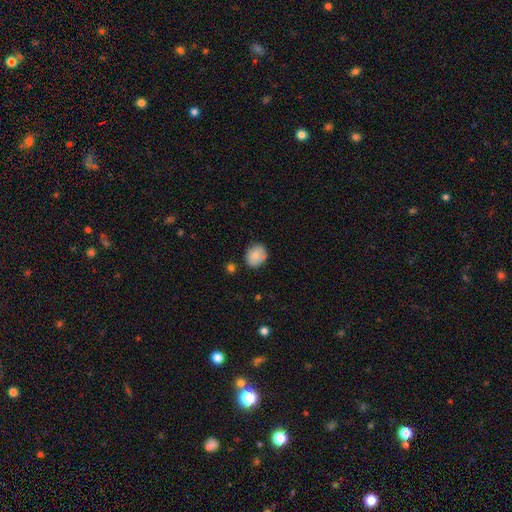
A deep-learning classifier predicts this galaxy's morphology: smooth-or-featured: smooth: 82% | featured or disk: 11% | star or artifact: 8%
  how-rounded: round: 60% | in between: 39% | cigar-shaped: 1%
  merging: none: 81% | minor disturbance: 14% | major disturbance: 3% | merger: 3%